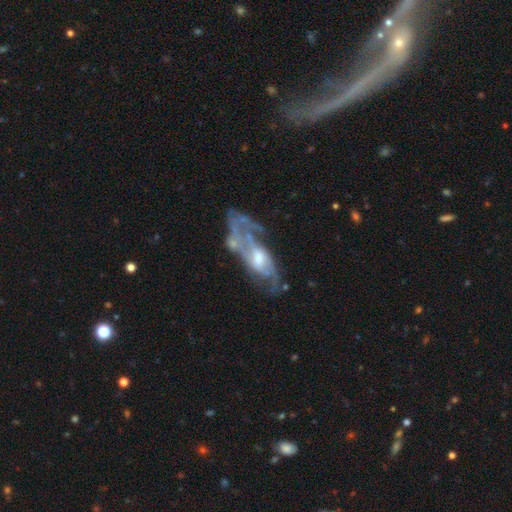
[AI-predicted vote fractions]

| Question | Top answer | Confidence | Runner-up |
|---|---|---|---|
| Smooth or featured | featured or disk | 76% | smooth (15%) |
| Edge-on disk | no | 86% | yes (14%) |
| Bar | no | 60% | weak (31%) |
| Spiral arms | yes | 69% | no (31%) |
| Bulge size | moderate | 55% | small (29%) |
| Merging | none | 35% | major disturbance (30%) |